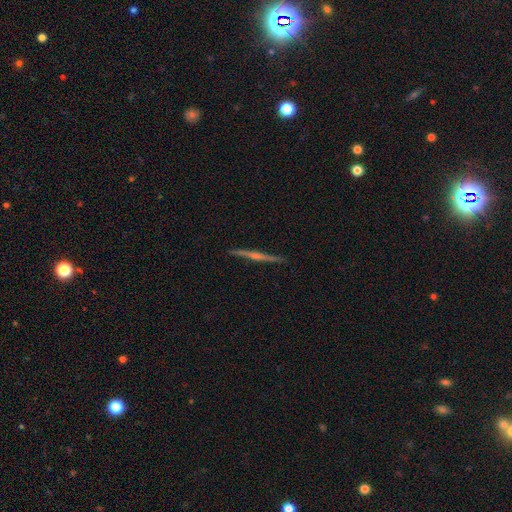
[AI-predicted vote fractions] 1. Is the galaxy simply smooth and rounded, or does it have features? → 66% featured or disk, 21% smooth, 13% star or artifact.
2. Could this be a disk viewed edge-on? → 93% yes, 7% no.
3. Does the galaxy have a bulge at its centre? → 68% rounded, 22% none, 10% boxy.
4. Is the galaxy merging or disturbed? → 88% none, 8% minor disturbance, 2% major disturbance, 2% merger.